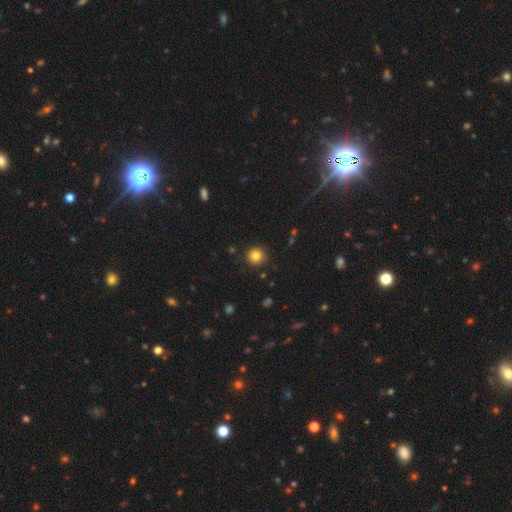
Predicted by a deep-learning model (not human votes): smooth 82%, star or artifact 12%, featured or disk 6%. Down the decision tree: how rounded — round (92%); merging — none (90%).